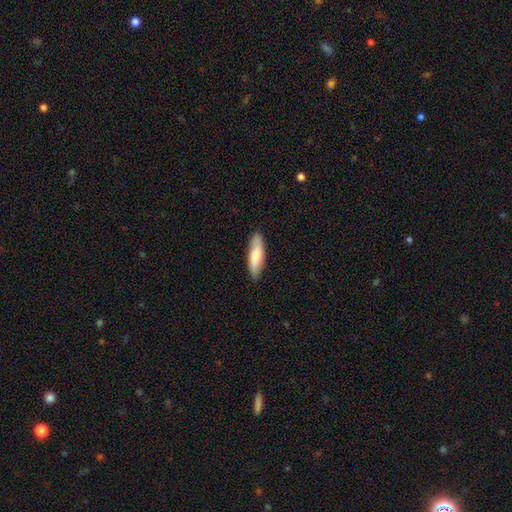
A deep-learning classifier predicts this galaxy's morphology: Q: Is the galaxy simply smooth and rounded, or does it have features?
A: smooth — 76%.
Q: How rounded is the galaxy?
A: cigar-shaped — 56%.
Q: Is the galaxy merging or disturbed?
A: none — 88%.